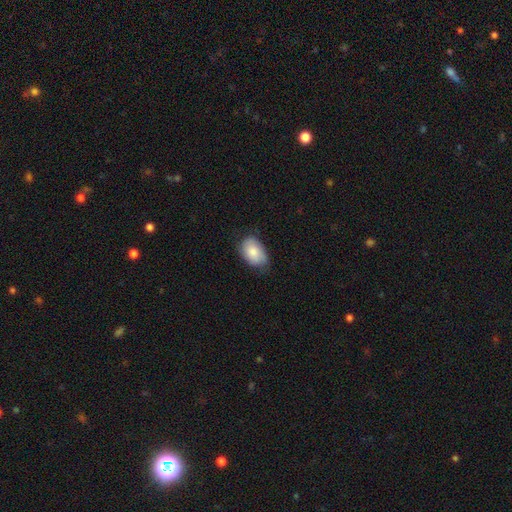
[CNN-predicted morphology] This is likely a smooth galaxy (79%). How rounded: clearly in between (89%). Merging: likely none (62%).